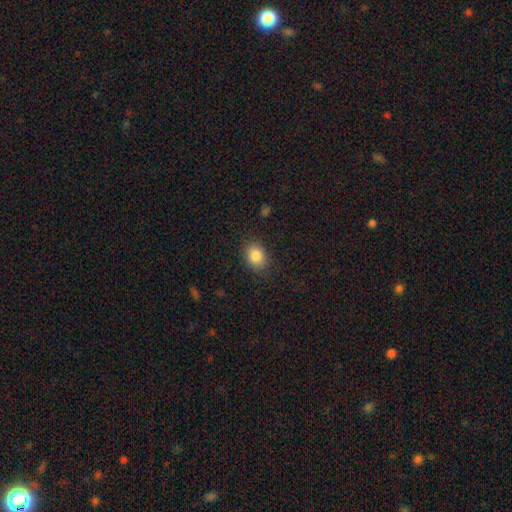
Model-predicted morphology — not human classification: This appears to be a smooth galaxy with no disk features (86%) that is in between round and cigar-shaped (54%). Merging: none (86%).